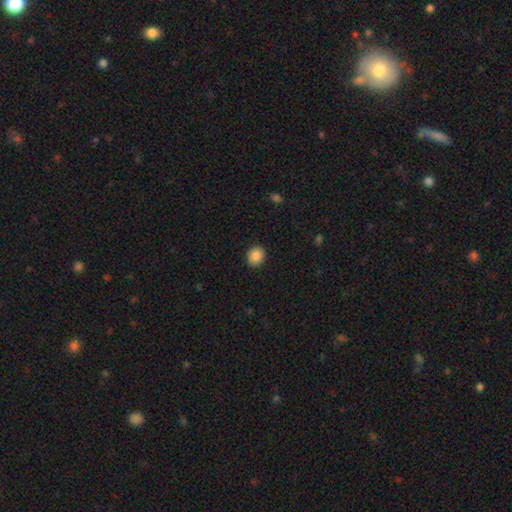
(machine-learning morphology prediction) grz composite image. It shows a smooth galaxy with no disk features (86%) that is round (73%). Merging: none (91%).